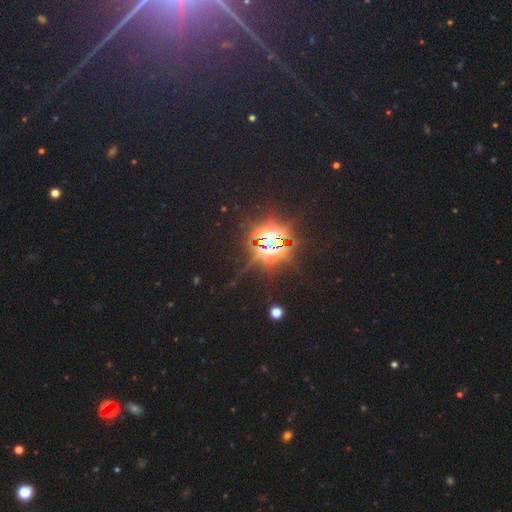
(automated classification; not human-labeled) Smooth or featured: star or artifact — 83% (smooth — 10%)